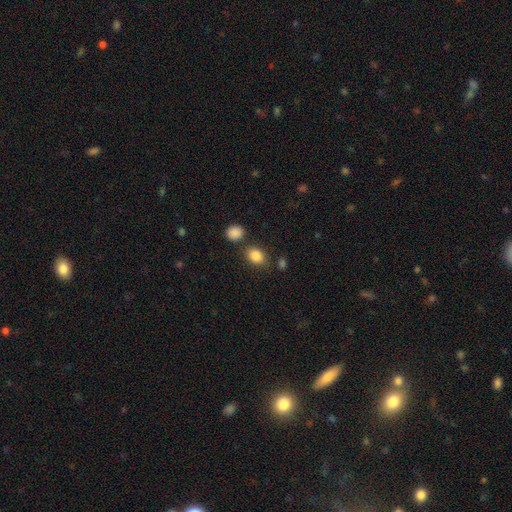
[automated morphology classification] Q: Smooth or featured?
A: smooth (86%); runner-up: star or artifact (9%)
Q: How rounded?
A: in between (70%); runner-up: round (29%)
Q: Merging?
A: none (74%); runner-up: minor disturbance (13%)